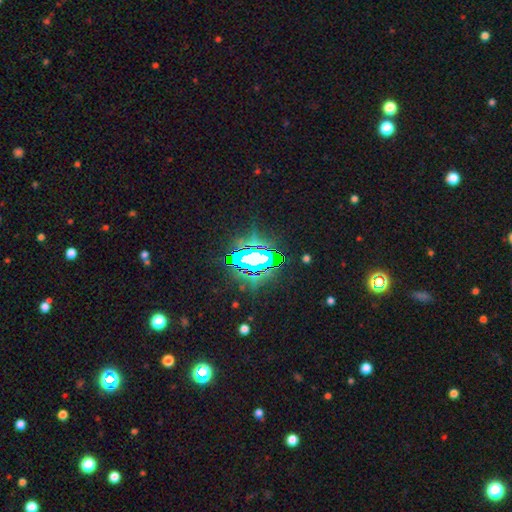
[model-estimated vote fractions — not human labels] Overall: star or artifact (68%).